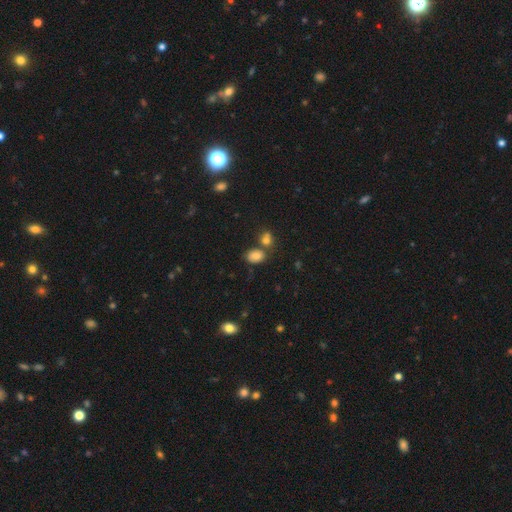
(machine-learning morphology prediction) This appears to be a smooth galaxy with no disk features (79%) that is in between round and cigar-shaped (79%). Merging: none (57%).